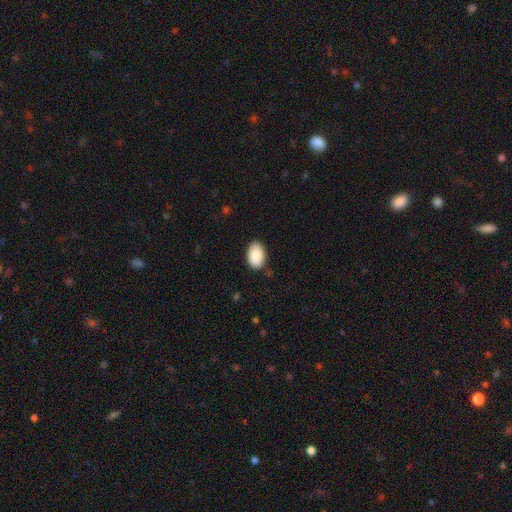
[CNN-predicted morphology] Overall: smooth (91%). How rounded: in between (92%). Merging: none (85%).